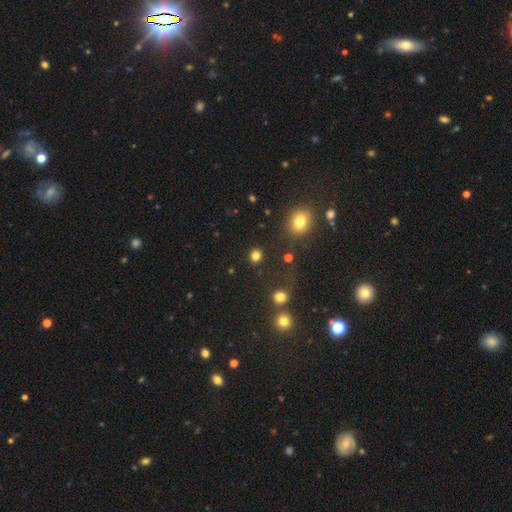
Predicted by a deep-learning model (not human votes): Smooth or featured? smooth (80%)
How rounded? round (87%)
Merging? none (87%)